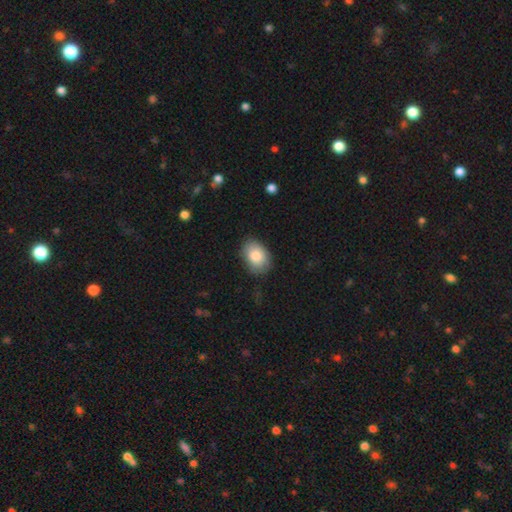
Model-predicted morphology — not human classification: smooth_or_featured: smooth (p=0.84) [alt: featured or disk p=0.09]
how_rounded: in between (p=0.80) [alt: round p=0.19]
merging: none (p=0.79) [alt: minor disturbance p=0.16]